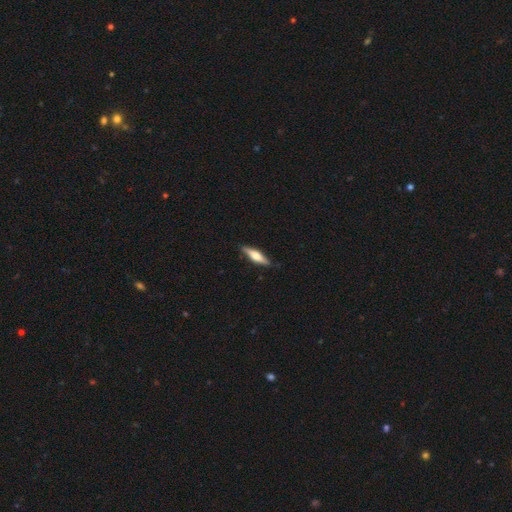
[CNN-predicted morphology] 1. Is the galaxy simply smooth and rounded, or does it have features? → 47% smooth (tied), 47% featured or disk (tied), 6% star or artifact.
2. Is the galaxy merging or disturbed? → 87% none, 10% minor disturbance, 2% major disturbance, 1% merger.